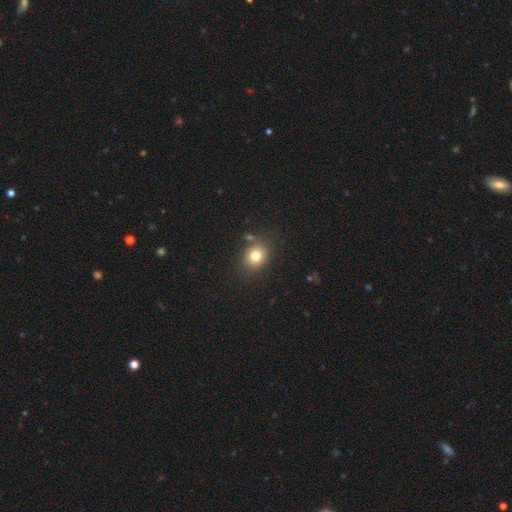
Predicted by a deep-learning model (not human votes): Overall: smooth (79%). How rounded: round (59%; in between 40%). Merging: none (80%).